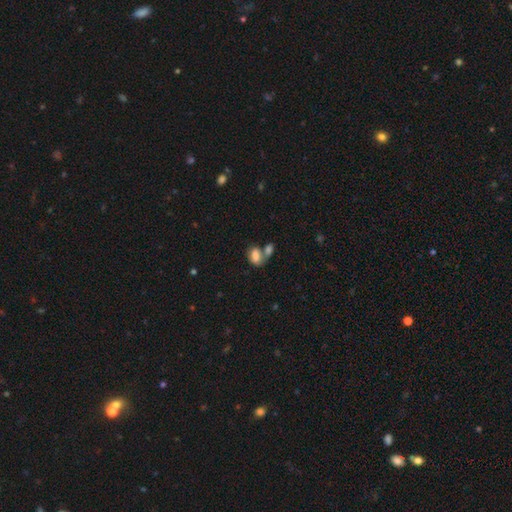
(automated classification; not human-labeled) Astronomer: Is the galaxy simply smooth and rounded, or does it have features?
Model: smooth — 79%.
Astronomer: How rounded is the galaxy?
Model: in between — 85%.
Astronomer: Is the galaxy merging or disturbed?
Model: merger — 52% (runner-up: none, 31%).